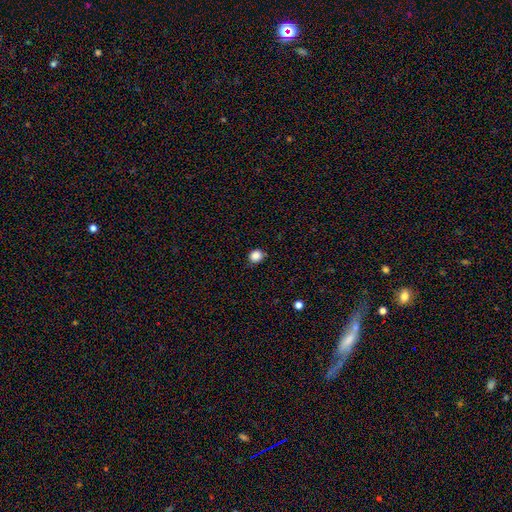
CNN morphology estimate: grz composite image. It shows a smooth galaxy with no disk features (86%) that is round (82%). Merging: none (83%).